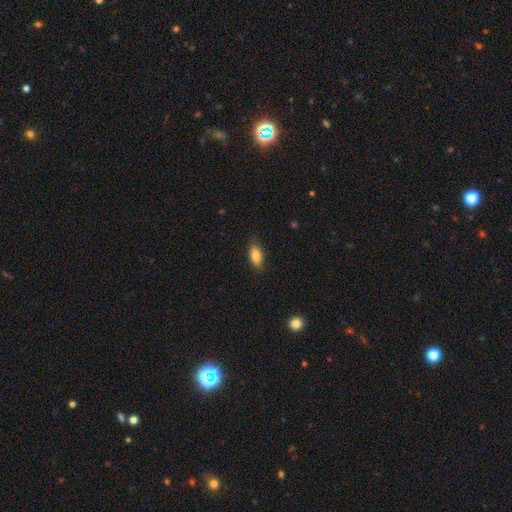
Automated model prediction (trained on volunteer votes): A smooth galaxy with no disk features (84%) that is in between round and cigar-shaped (82%).

Vote fractions:
- Smooth or featured? smooth: 84% / featured or disk: 9% / star or artifact: 7%
- How rounded? in between: 82% / cigar-shaped: 15% / round: 3%
- Merging? none: 82% / minor disturbance: 14% / major disturbance: 3% / merger: 1%